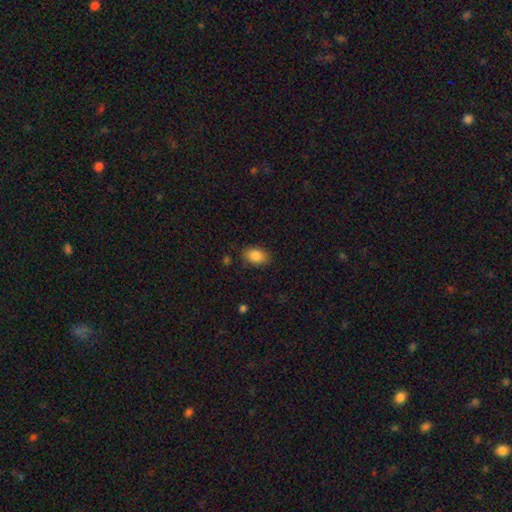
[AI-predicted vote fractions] A smooth galaxy with no disk features (86%) that is in between round and cigar-shaped (84%). Merging: none (84%).